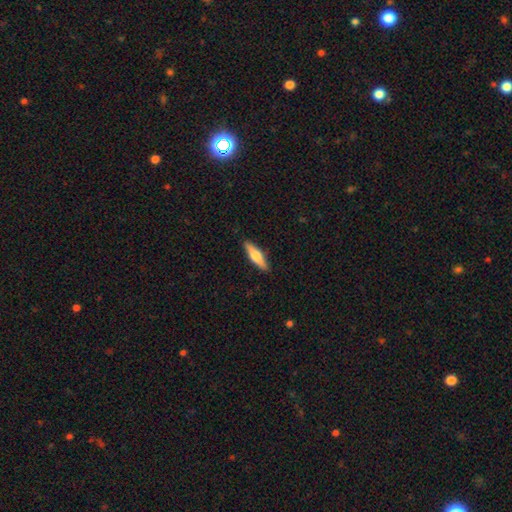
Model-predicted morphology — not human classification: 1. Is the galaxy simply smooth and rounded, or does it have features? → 55% smooth, 40% featured or disk, 5% star or artifact.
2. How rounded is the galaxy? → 70% cigar-shaped, 28% in between, 2% round.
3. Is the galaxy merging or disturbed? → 89% none, 8% minor disturbance, 2% major disturbance, 1% merger.